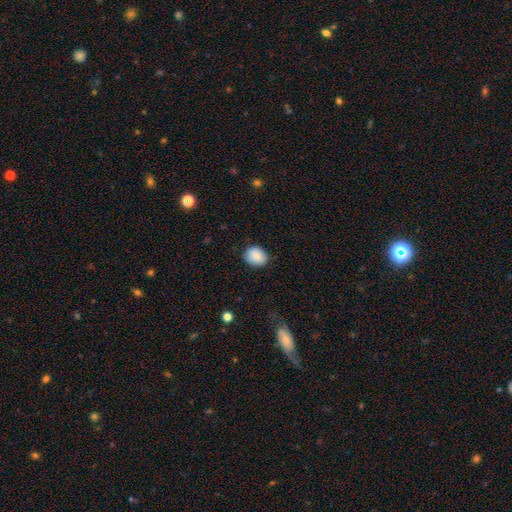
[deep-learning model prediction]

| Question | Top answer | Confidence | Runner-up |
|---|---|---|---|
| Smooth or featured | smooth | 88% | star or artifact (7%) |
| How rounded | round | 55% | in between (44%) |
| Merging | none | 83% | minor disturbance (13%) |